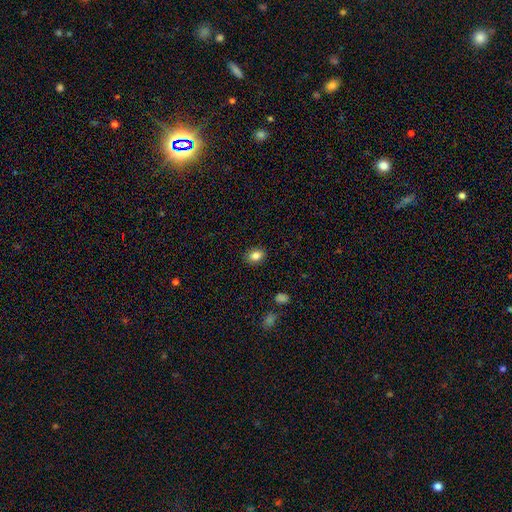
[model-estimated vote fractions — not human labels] Smooth or featured: smooth — 83% (star or artifact — 10%)
How rounded: in between — 64% (round — 35%)
Merging: none — 88% (minor disturbance — 8%)